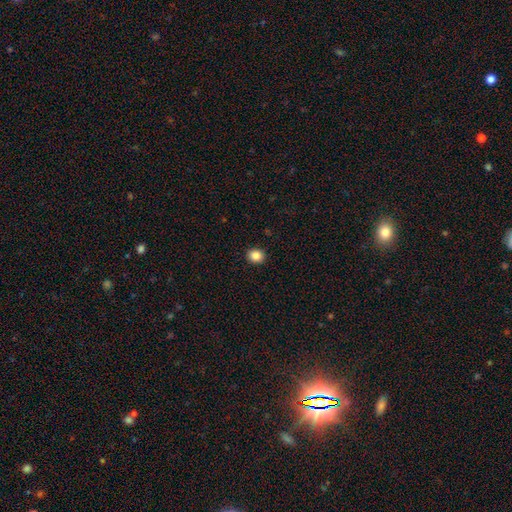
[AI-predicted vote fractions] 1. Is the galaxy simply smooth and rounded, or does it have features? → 86% smooth, 10% star or artifact, 5% featured or disk.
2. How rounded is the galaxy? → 64% round, 35% in between, 1% cigar-shaped.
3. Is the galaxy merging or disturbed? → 92% none, 6% minor disturbance, 2% major disturbance, 1% merger.